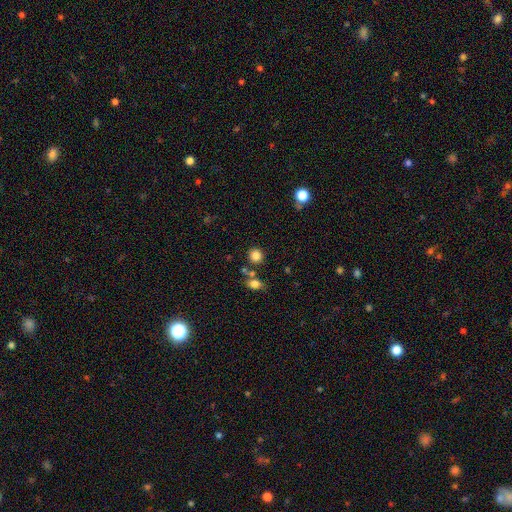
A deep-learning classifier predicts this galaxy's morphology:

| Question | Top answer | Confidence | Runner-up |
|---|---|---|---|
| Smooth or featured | smooth | 83% | star or artifact (11%) |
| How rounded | round | 87% | in between (11%) |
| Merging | none | 77% | merger (11%) |